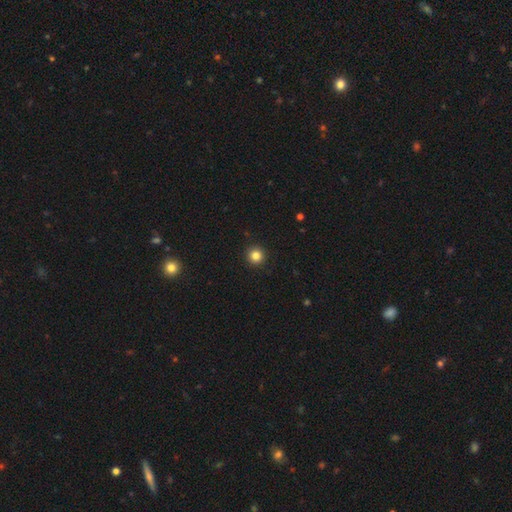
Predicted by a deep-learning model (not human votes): Smooth or featured: smooth — 84% (star or artifact — 12%)
How rounded: round — 96% (in between — 3%)
Merging: none — 93% (minor disturbance — 4%)